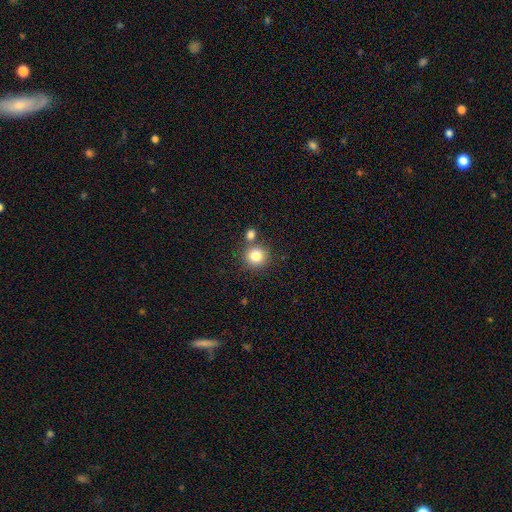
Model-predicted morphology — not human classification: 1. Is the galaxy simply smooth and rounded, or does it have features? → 81% smooth, 11% star or artifact, 7% featured or disk.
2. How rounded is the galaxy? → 90% round, 9% in between, 1% cigar-shaped.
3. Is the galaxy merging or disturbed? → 70% none, 19% merger, 9% minor disturbance, 3% major disturbance.